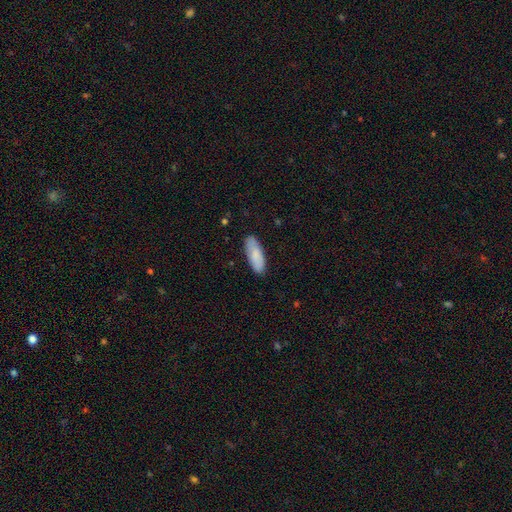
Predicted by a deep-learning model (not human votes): A smooth galaxy with no disk features (83%) that is in between round and cigar-shaped (71%).

Vote fractions:
- Smooth or featured? smooth: 83% / featured or disk: 11% / star or artifact: 6%
- How rounded? in between: 71% / cigar-shaped: 27% / round: 2%
- Merging? none: 84% / minor disturbance: 13% / major disturbance: 2% / merger: 1%